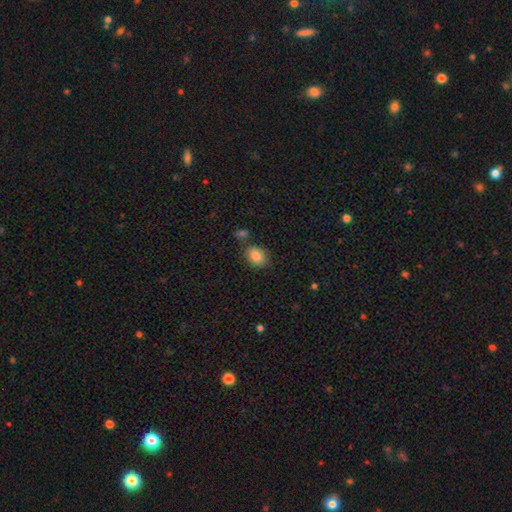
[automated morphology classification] Smooth or featured?
  - smooth: 85% *
  - star or artifact: 8%
  - featured or disk: 7%
How rounded?
  - in between: 74% *
  - round: 25%
  - cigar-shaped: 1%
Merging?
  - none: 73% *
  - minor disturbance: 14%
  - merger: 9%
  - major disturbance: 4%